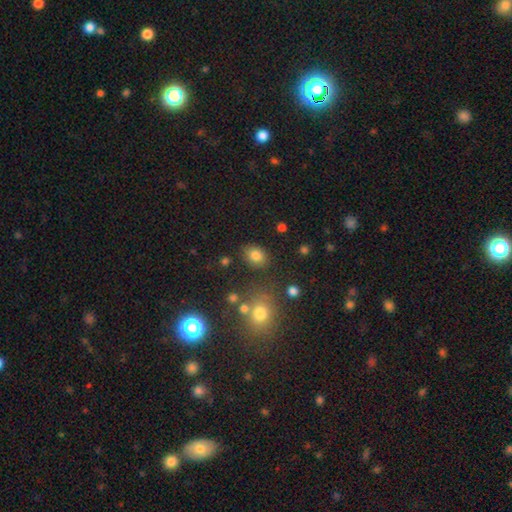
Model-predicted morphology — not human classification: smooth_or_featured: smooth (p=0.80) [alt: star or artifact p=0.13]
how_rounded: in between (p=0.52) [alt: round p=0.47]
merging: none (p=0.81) [alt: minor disturbance p=0.11]